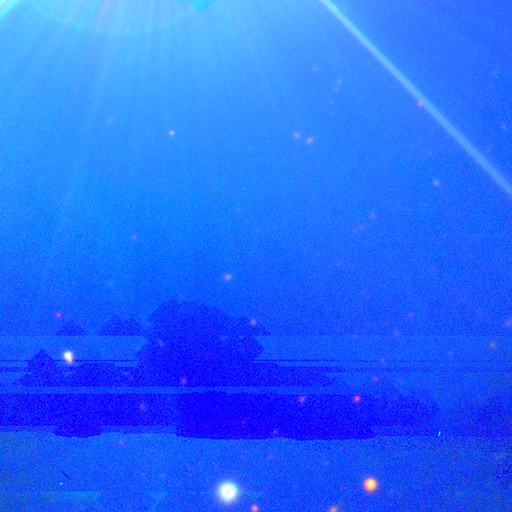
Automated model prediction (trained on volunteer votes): A star or artifact, not a galaxy (80%).

Vote fractions:
- Smooth or featured? star or artifact: 80% / smooth: 11% / featured or disk: 9%